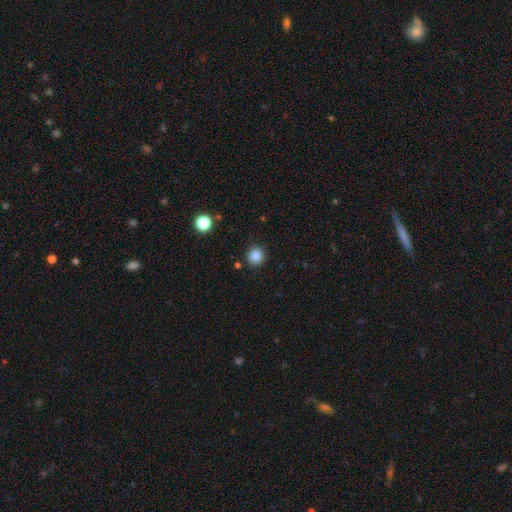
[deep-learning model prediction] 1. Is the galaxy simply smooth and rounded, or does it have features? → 85% smooth, 11% star or artifact, 4% featured or disk.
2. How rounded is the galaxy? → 91% round, 9% in between, 1% cigar-shaped.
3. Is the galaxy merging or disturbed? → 89% none, 7% minor disturbance, 2% major disturbance, 2% merger.